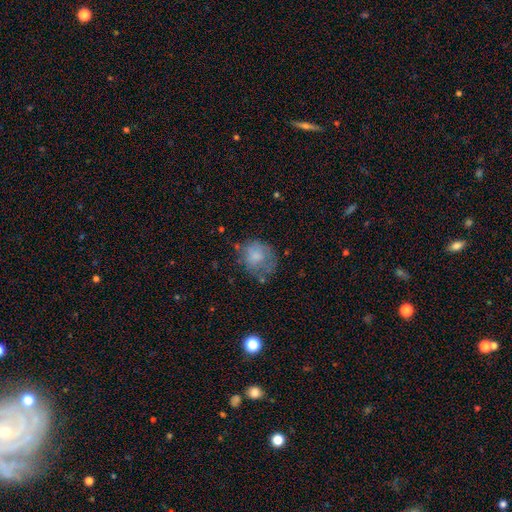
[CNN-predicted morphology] The model was most divided on "merging": none: 47%, minor disturbance: 29%, major disturbance: 20%, merger: 4%. More confident: how rounded — round (66%); smooth or featured — smooth (65%).